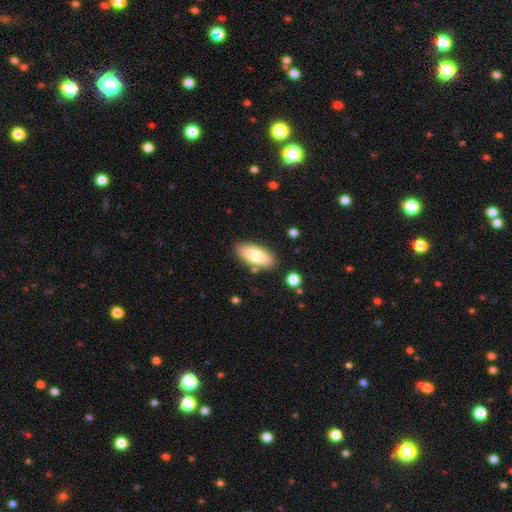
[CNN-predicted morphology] A smooth galaxy with no disk features (78%) that is in between round and cigar-shaped (89%). Merging: none (83%).